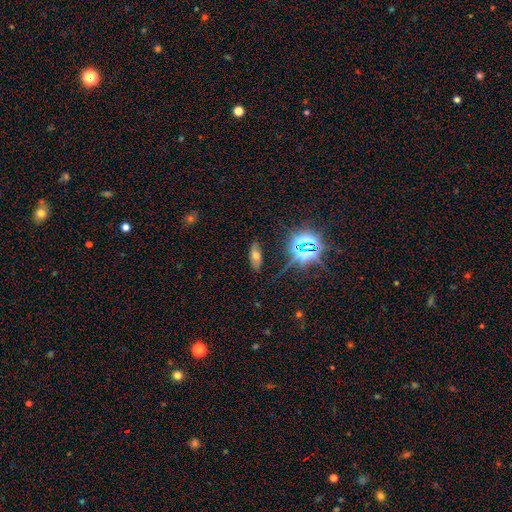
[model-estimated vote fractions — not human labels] smooth 47%, star or artifact 30%, featured or disk 22%. Down the decision tree: merging — none (79%).